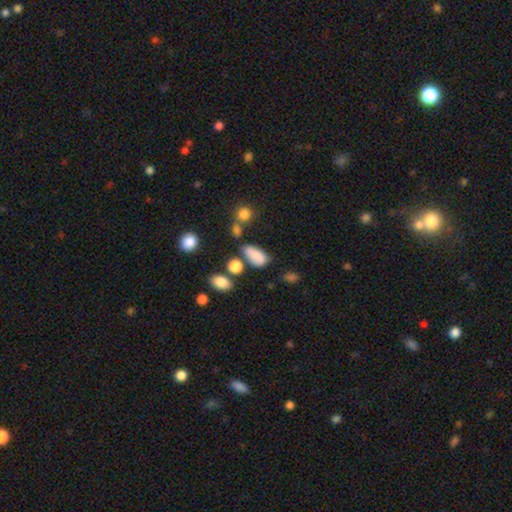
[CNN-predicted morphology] Smooth or featured?
  - smooth: 81% *
  - star or artifact: 11%
  - featured or disk: 9%
How rounded?
  - in between: 89% *
  - round: 6%
  - cigar-shaped: 6%
Merging?
  - none: 48% *
  - minor disturbance: 26%
  - merger: 14%
  - major disturbance: 12%